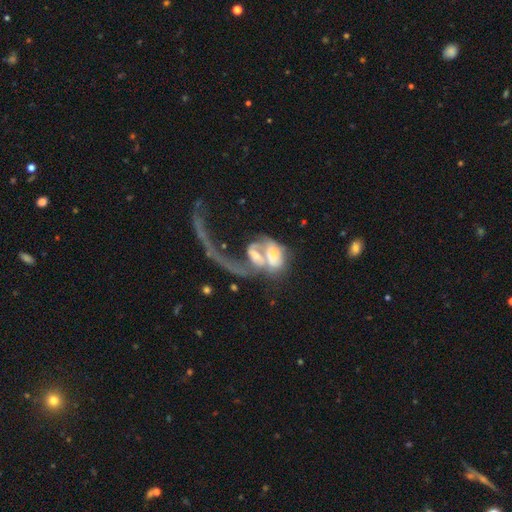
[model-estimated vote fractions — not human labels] Overall: featured or disk (61%; smooth 30%). Edge-on disk: no (95%). Bar: no (57%; weak 27%). Spiral arms: yes (57%; no 43%). Bulge size: moderate (39%; small 22%). Merging: merger (67%).